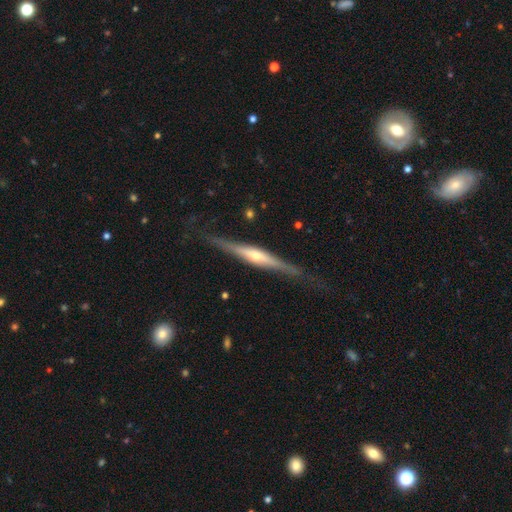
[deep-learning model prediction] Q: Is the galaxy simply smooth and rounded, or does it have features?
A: featured or disk — 79%.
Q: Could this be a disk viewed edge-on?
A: yes — 96%.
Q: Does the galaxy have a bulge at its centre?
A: rounded — 80%.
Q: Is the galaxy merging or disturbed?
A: none — 79%.